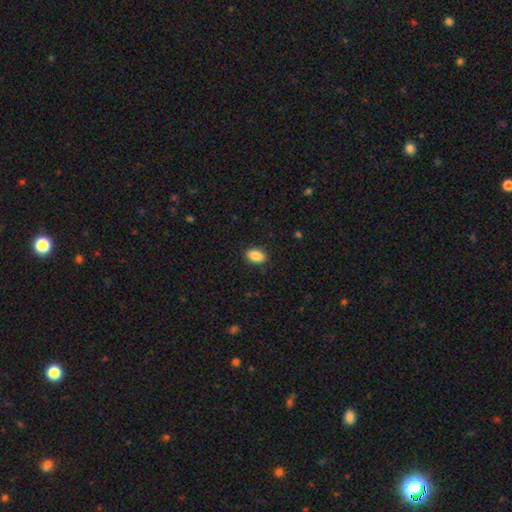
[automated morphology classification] smooth-or-featured: smooth: 88% | star or artifact: 8% | featured or disk: 4%
  how-rounded: in between: 87% | round: 11% | cigar-shaped: 2%
  merging: none: 89% | minor disturbance: 8% | major disturbance: 2% | merger: 1%